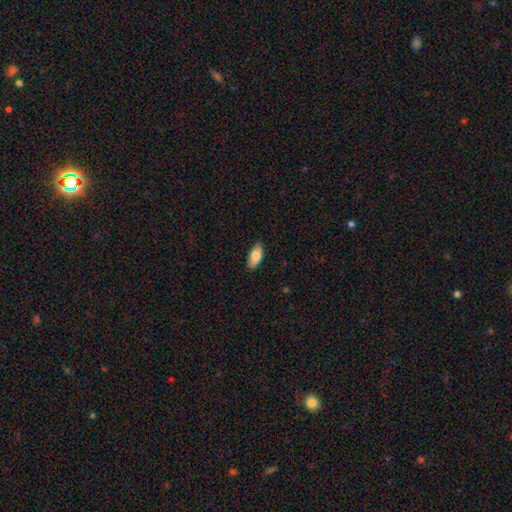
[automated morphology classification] Smooth or featured: smooth — 81% (featured or disk — 13%)
How rounded: in between — 87% (cigar-shaped — 10%)
Merging: none — 86% (minor disturbance — 11%)